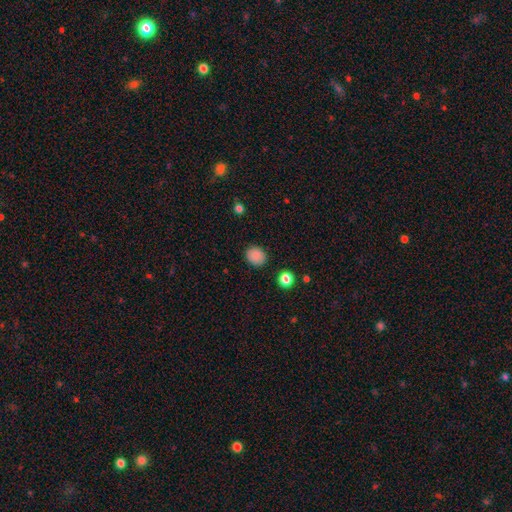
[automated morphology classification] A smooth galaxy with no disk features (86%) that is round (67%). Merging: none (87%).